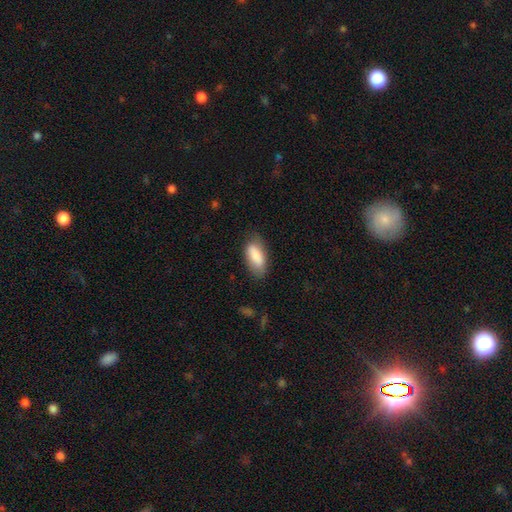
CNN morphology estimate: Smooth or featured? smooth (83%)
How rounded? in between (85%)
Merging? none (71%)